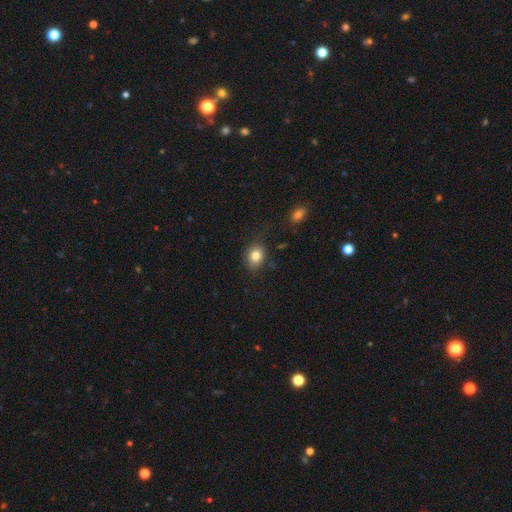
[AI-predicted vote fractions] Smooth or featured? smooth (82%)
How rounded? round (50%)
Merging? none (77%)